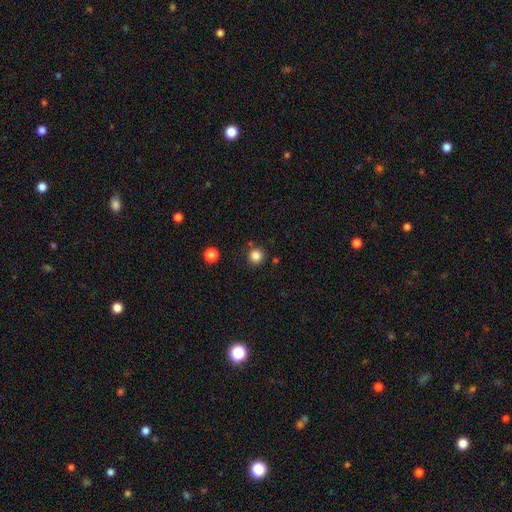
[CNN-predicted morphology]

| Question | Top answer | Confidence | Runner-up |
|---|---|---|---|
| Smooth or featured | smooth | 84% | star or artifact (12%) |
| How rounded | round | 95% | in between (4%) |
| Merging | none | 84% | minor disturbance (8%) |